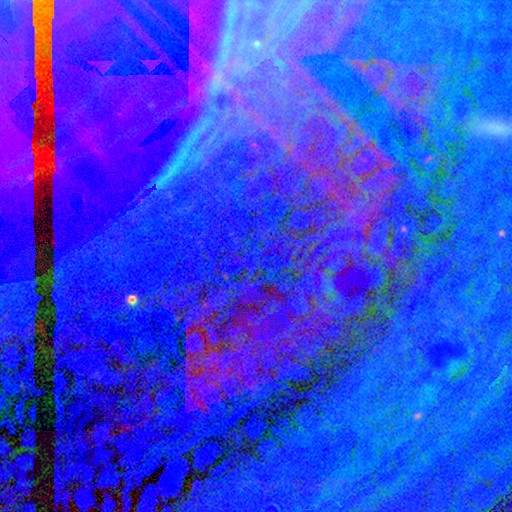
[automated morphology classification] The model was most divided on "smooth or featured": star or artifact: 87%, featured or disk: 7%, smooth: 6%.